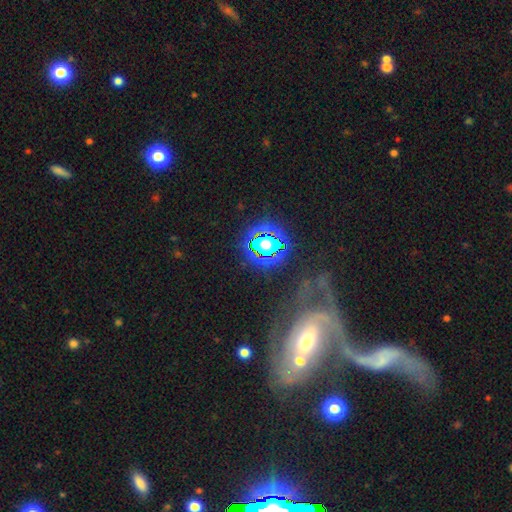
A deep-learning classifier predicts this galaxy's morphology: Smooth or featured?
  - featured or disk: 65% *
  - star or artifact: 18%
  - smooth: 17%
Edge-on disk?
  - no: 86% *
  - yes: 14%
Bar?
  - no: 55% *
  - weak: 28%
  - strong: 17%
Spiral arms?
  - yes: 71% *
  - no: 29%
Bulge size?
  - moderate: 51% *
  - small: 36%
  - large: 6%
  - none: 4%
  - dominant: 3%
Merging?
  - merger: 46% *
  - none: 25%
  - major disturbance: 17%
  - minor disturbance: 12%